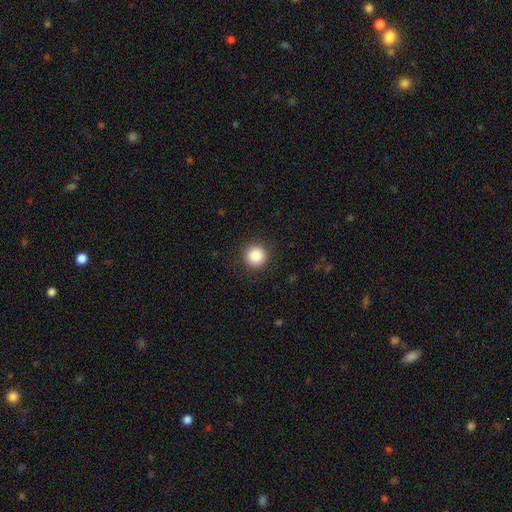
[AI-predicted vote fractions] A smooth galaxy with no disk features (88%) that is round (95%).

Vote fractions:
- Smooth or featured? smooth: 88% / star or artifact: 9% / featured or disk: 3%
- How rounded? round: 95% / in between: 4% / cigar-shaped: 1%
- Merging? none: 91% / minor disturbance: 6% / major disturbance: 2% / merger: 1%